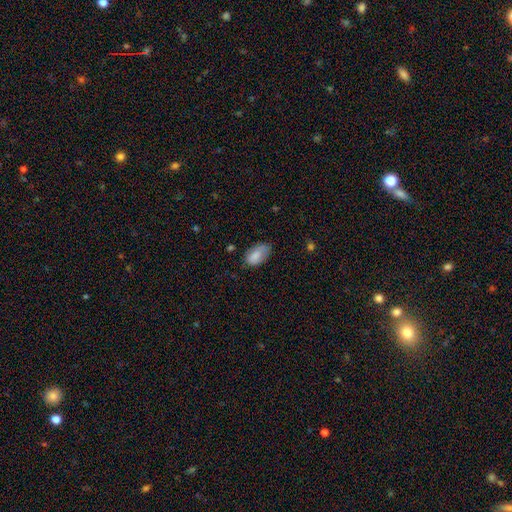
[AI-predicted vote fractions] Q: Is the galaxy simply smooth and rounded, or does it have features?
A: smooth — 83%.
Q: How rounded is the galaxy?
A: in between — 94%.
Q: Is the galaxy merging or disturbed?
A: none — 59%.